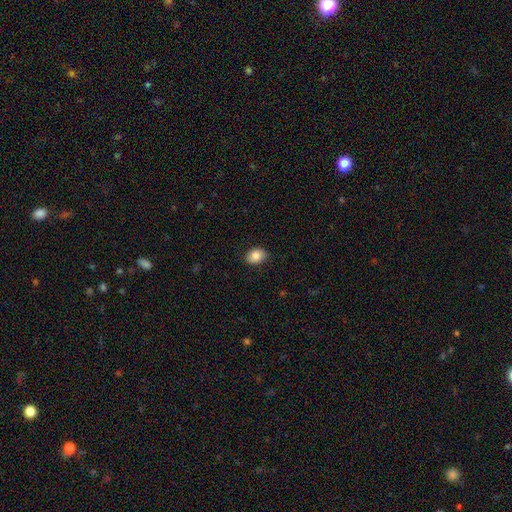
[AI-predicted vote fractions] Smooth or featured? smooth (84%)
How rounded? in between (66%)
Merging? none (86%)